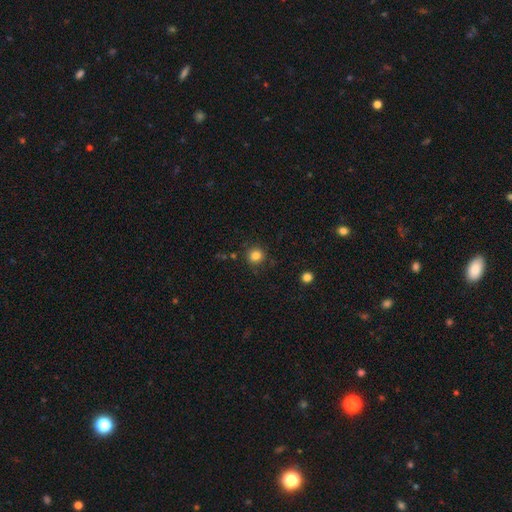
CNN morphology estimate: This is clearly a smooth galaxy (83%). How rounded: clearly round (90%). Merging: clearly none (85%).